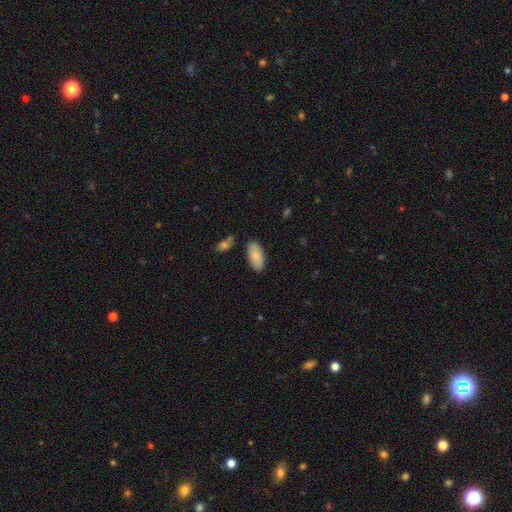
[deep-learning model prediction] smooth-or-featured: smooth: 84% | featured or disk: 9% | star or artifact: 6%
  how-rounded: in between: 94% | cigar-shaped: 4% | round: 2%
  merging: none: 81% | minor disturbance: 13% | merger: 3% | major disturbance: 3%